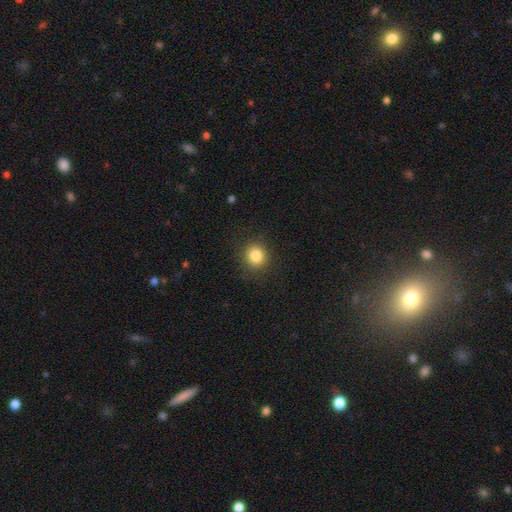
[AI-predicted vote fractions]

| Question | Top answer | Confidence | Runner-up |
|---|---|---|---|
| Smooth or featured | smooth | 84% | star or artifact (11%) |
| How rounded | round | 89% | in between (10%) |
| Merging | none | 89% | minor disturbance (8%) |